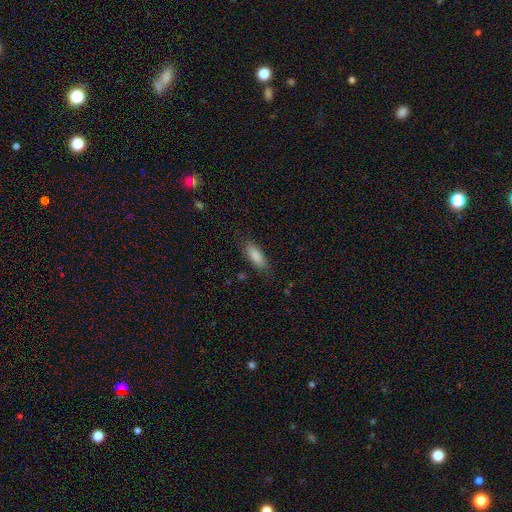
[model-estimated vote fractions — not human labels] Overall: smooth (85%). How rounded: in between (67%; cigar-shaped 31%). Merging: none (79%).